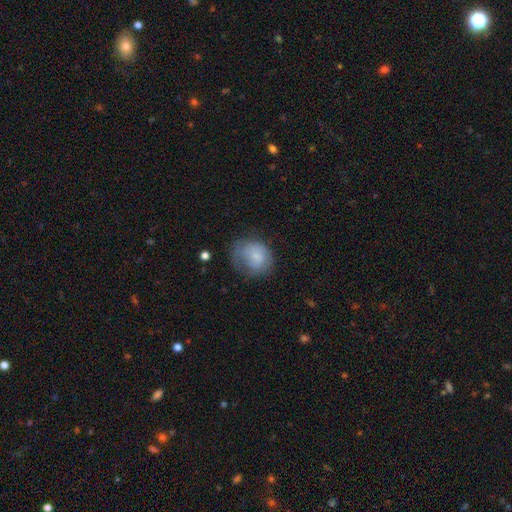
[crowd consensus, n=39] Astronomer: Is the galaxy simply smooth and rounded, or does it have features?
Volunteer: smooth — 72%.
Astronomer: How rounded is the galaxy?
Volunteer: round — 61% (runner-up: in between, 39%).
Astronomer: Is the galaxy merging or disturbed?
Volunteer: none — 44% (runner-up: minor disturbance, 31%).